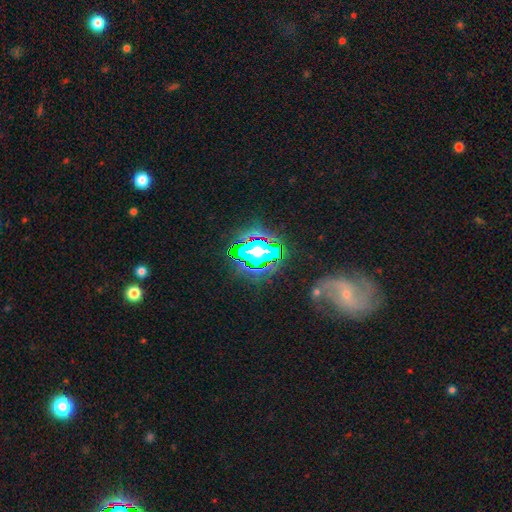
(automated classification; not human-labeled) star or artifact 60%, featured or disk 24%, smooth 16%.